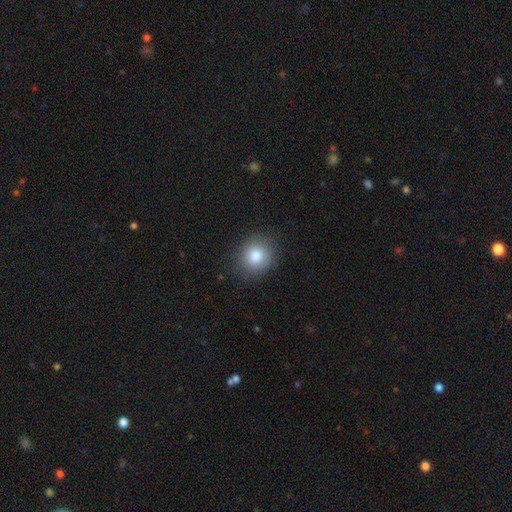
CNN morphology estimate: Smooth or featured? Predicted: smooth (p=0.83). How rounded? Predicted: round (p=0.77). Merging? Predicted: none (p=0.87).